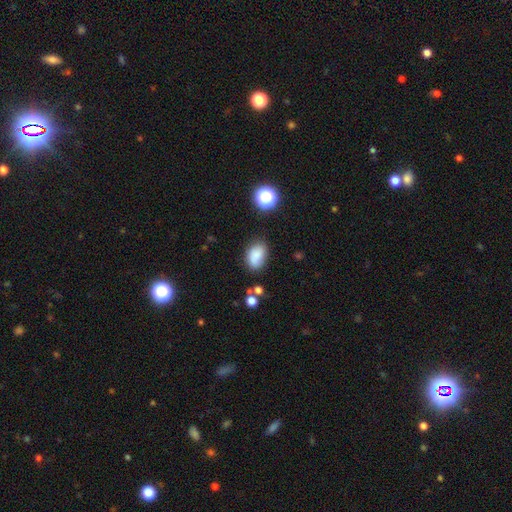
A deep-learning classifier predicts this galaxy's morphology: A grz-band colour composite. It shows a smooth galaxy with no disk features (82%) that is in between round and cigar-shaped (83%). Merging: none (70%).